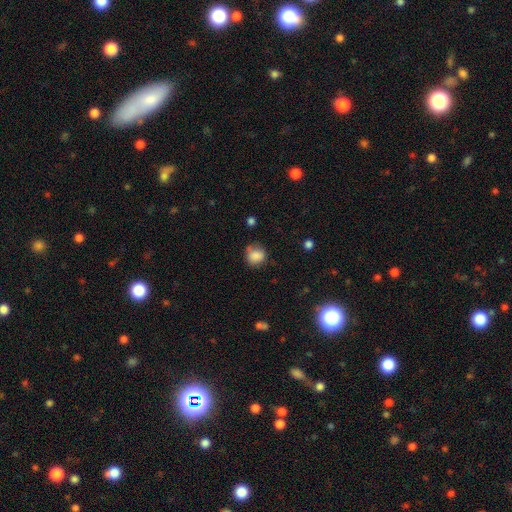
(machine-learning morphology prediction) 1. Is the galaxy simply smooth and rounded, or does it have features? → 84% smooth, 10% star or artifact, 6% featured or disk.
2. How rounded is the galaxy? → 73% round, 26% in between, 1% cigar-shaped.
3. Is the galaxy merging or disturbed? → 61% none, 26% minor disturbance, 8% major disturbance, 6% merger.